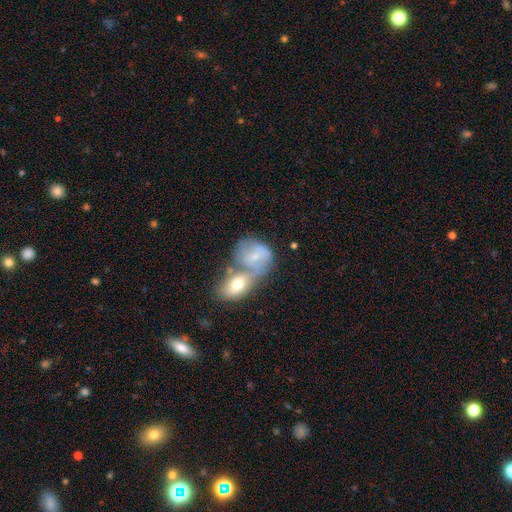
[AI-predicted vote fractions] The model was most divided on "smooth or featured": smooth: 48%, featured or disk: 45%, star or artifact: 7%. More confident: merging — merger (63%).